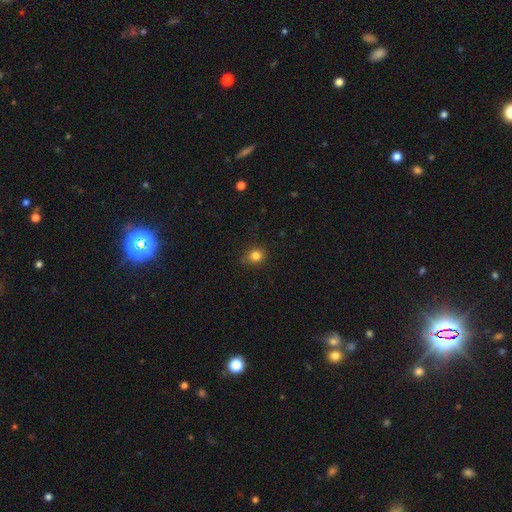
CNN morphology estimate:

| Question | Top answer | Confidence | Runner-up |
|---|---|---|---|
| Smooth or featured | smooth | 83% | star or artifact (13%) |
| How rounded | round | 82% | in between (17%) |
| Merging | none | 84% | minor disturbance (12%) |